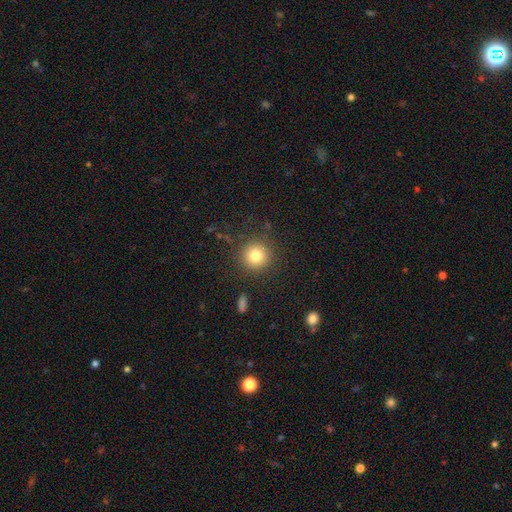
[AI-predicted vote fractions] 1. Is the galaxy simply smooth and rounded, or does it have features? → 81% smooth, 11% star or artifact, 8% featured or disk.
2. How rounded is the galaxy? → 94% round, 5% in between, 1% cigar-shaped.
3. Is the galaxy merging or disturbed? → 87% none, 8% minor disturbance, 3% major disturbance, 2% merger.